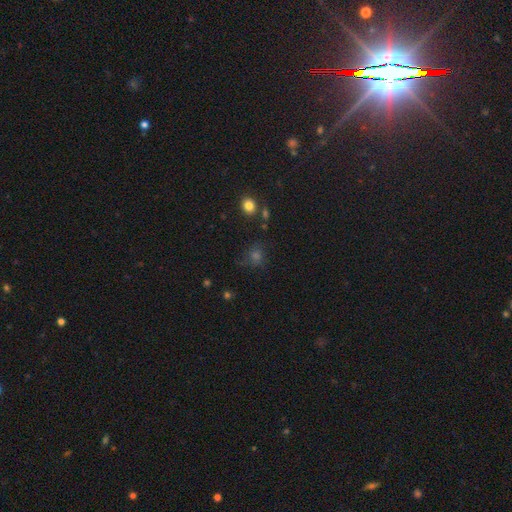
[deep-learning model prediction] smooth-or-featured: smooth: 53% | star or artifact: 36% | featured or disk: 11%
  how-rounded: round: 79% | in between: 20% | cigar-shaped: 1%
  merging: none: 71% | minor disturbance: 16% | major disturbance: 8% | merger: 5%